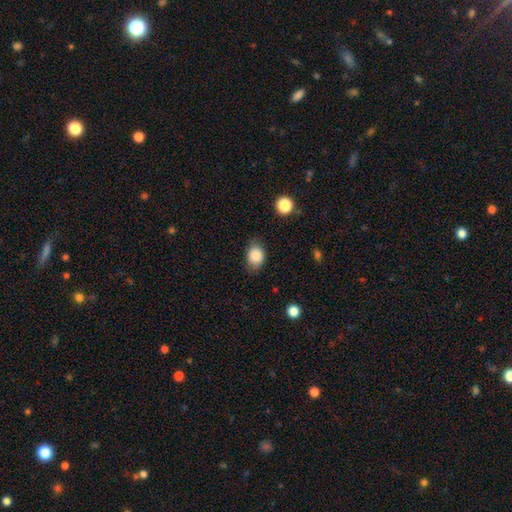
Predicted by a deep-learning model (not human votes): Overall: smooth (86%). How rounded: in between (63%; round 36%). Merging: none (73%).